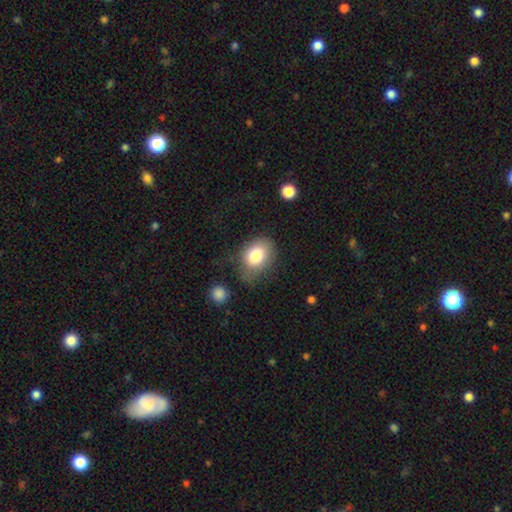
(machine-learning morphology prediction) Smooth or featured: smooth — 81% (featured or disk — 11%)
How rounded: in between — 75% (round — 24%)
Merging: none — 57% (minor disturbance — 27%)